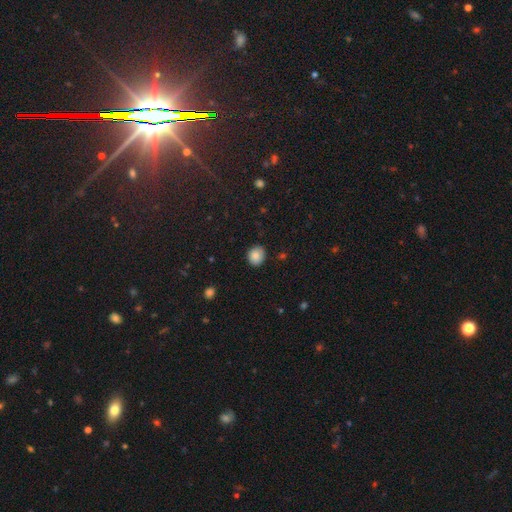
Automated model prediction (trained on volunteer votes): This appears to be a smooth galaxy with no disk features (86%) that is round (76%). Merging: none (85%).